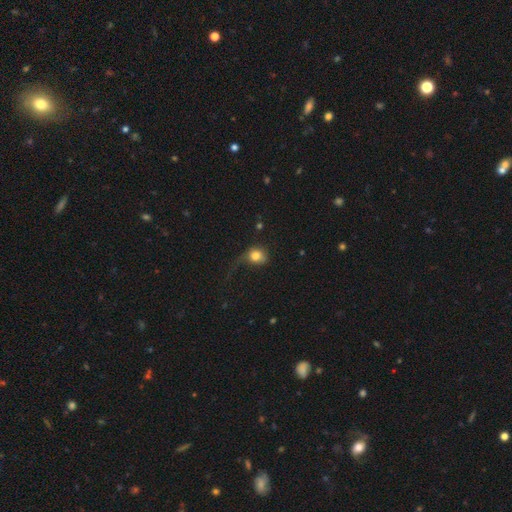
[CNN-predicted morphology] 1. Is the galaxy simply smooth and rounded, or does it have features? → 78% smooth, 13% featured or disk, 9% star or artifact.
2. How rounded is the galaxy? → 63% round, 35% in between, 2% cigar-shaped.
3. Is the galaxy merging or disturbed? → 41% major disturbance, 29% none, 26% minor disturbance, 4% merger.